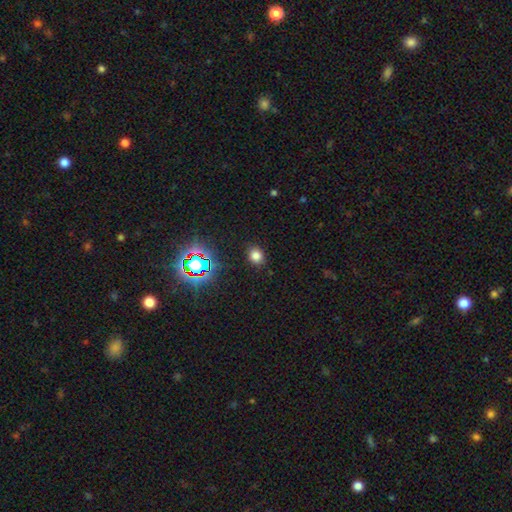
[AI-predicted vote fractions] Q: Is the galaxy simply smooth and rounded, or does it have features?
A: smooth — 74%.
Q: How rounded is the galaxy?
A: round — 62%.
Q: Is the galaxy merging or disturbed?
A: none — 86%.